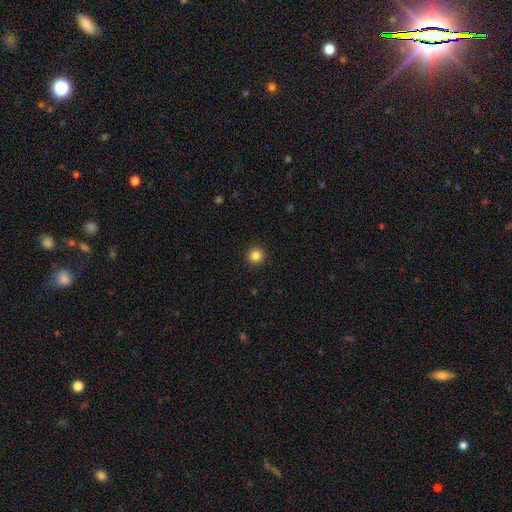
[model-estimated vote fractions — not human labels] Morphology: type=smooth (85%); roundness=round (95%); merging=none (93%).